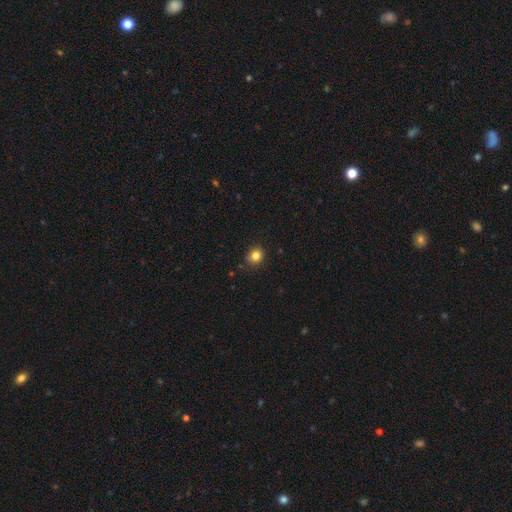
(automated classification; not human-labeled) Smooth or featured: smooth — 83% (star or artifact — 12%)
How rounded: round — 77% (in between — 22%)
Merging: none — 82% (minor disturbance — 13%)